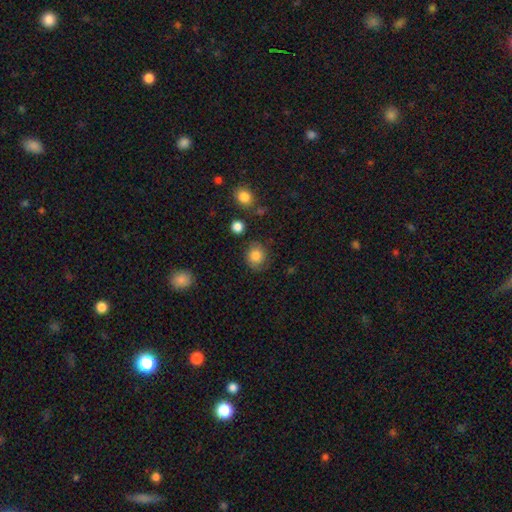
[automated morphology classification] type=smooth (81%); roundness=round (77%); merging=none (81%).